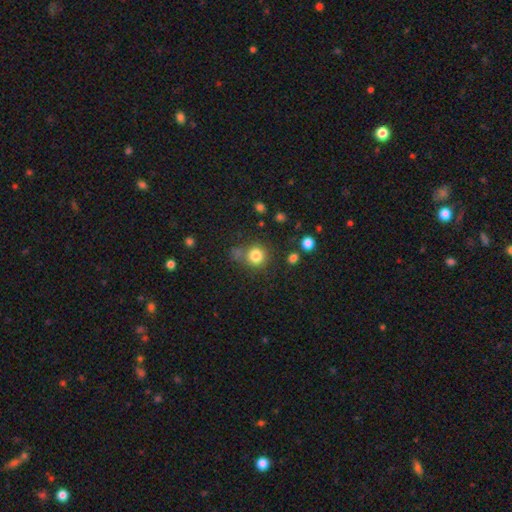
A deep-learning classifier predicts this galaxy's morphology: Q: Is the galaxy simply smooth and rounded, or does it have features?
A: smooth — 82%.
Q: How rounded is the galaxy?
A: round — 91%.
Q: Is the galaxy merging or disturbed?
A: none — 71%.